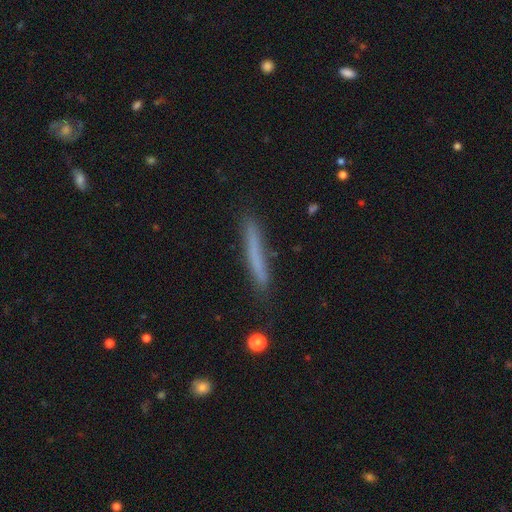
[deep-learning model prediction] smooth 64%, featured or disk 28%, star or artifact 8%. Down the decision tree: how rounded — cigar-shaped (96%); merging — none (82%).